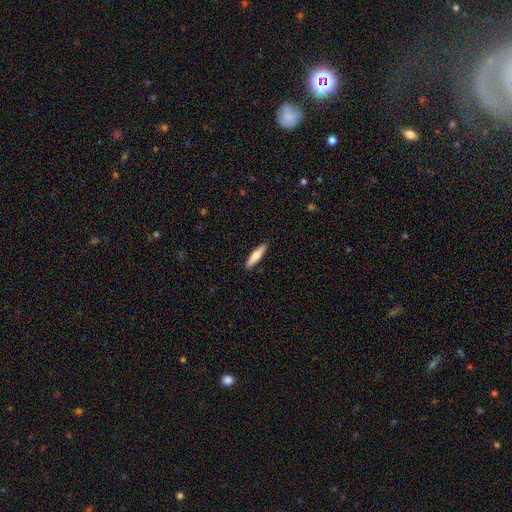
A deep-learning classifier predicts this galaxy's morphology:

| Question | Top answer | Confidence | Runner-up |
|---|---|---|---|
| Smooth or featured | smooth | 71% | featured or disk (23%) |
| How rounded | cigar-shaped | 81% | in between (18%) |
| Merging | none | 90% | minor disturbance (7%) |